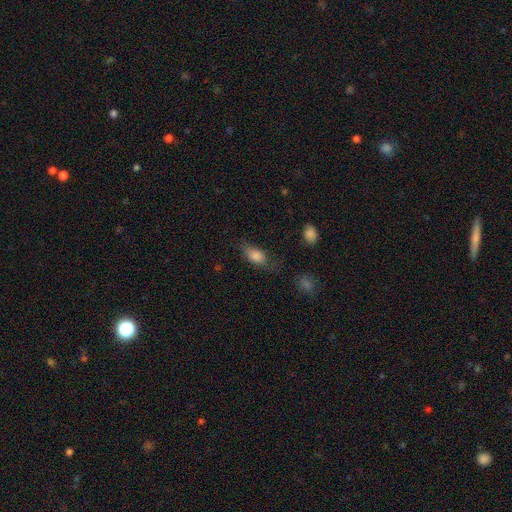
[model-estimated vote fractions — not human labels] Smooth or featured? Predicted: smooth (p=0.79). How rounded? Predicted: in between (p=0.83). Merging? Predicted: none (p=0.51).